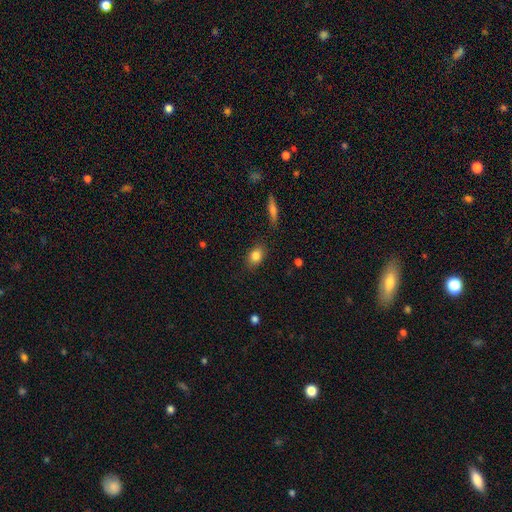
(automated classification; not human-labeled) smooth 82%, star or artifact 9%, featured or disk 9%. Down the decision tree: how rounded — in between (72%); merging — none (84%).